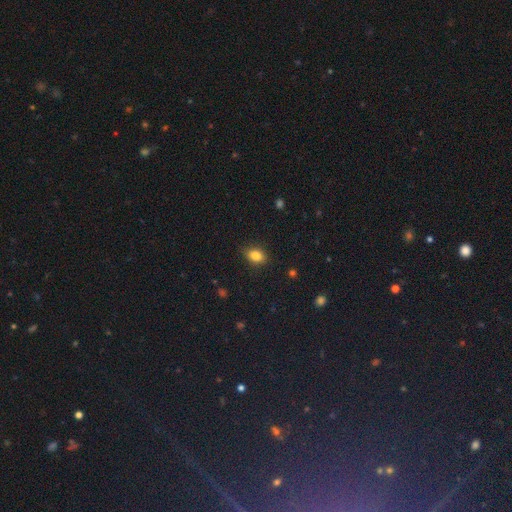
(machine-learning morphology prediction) Smooth or featured?
  - smooth: 84% *
  - star or artifact: 10%
  - featured or disk: 6%
How rounded?
  - in between: 78% *
  - round: 20%
  - cigar-shaped: 2%
Merging?
  - none: 84% *
  - minor disturbance: 12%
  - major disturbance: 3%
  - merger: 1%